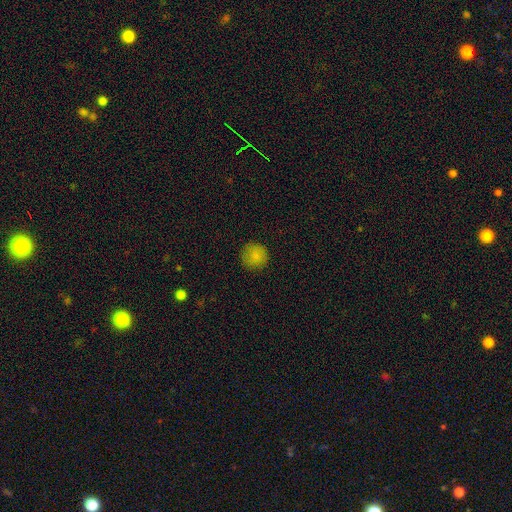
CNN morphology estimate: A smooth galaxy with no disk features (84%) that is round (94%). Merging: none (88%).